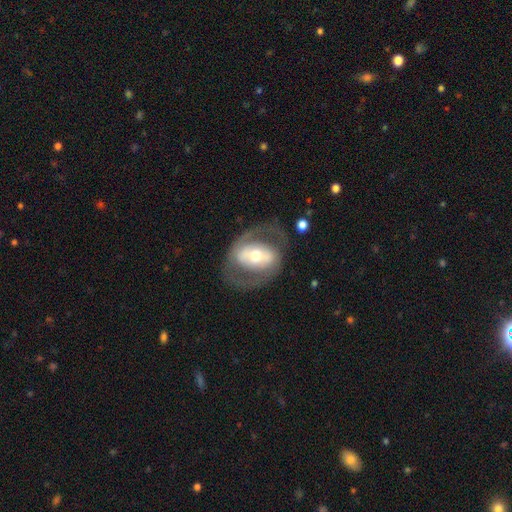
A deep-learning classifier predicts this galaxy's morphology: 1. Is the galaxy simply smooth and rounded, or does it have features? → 72% featured or disk, 23% smooth, 5% star or artifact.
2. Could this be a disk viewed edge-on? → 94% no, 6% yes.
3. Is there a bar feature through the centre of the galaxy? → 38% strong, 35% no, 28% weak.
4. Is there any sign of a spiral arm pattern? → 52% yes, 48% no.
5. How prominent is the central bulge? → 64% moderate, 21% small, 12% large, 2% dominant, 1% none.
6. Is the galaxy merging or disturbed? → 69% none, 15% major disturbance, 14% minor disturbance, 2% merger.